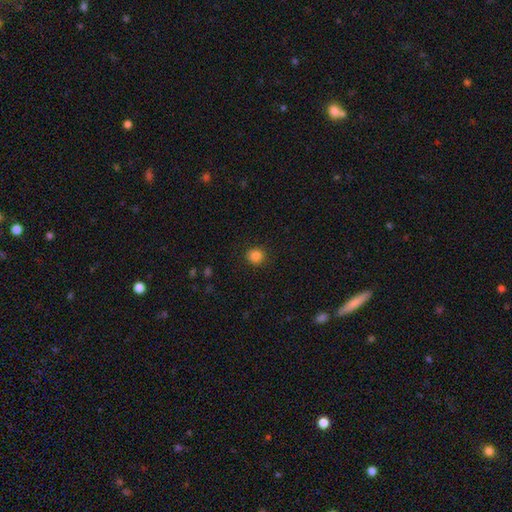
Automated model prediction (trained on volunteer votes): Q: Smooth or featured?
A: smooth (85%); runner-up: star or artifact (11%)
Q: How rounded?
A: round (90%); runner-up: in between (9%)
Q: Merging?
A: none (90%); runner-up: minor disturbance (6%)